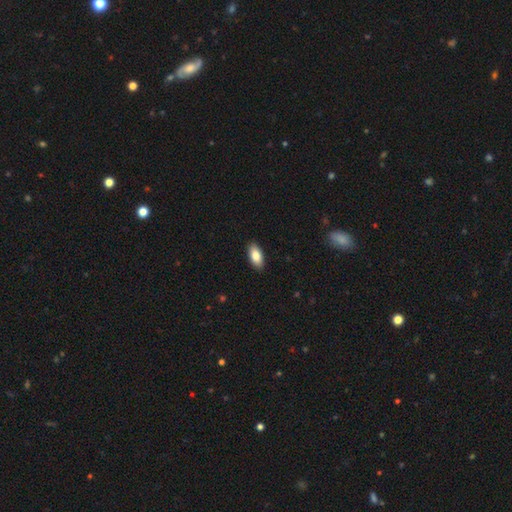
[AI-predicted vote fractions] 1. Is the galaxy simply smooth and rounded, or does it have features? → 85% smooth, 9% featured or disk, 7% star or artifact.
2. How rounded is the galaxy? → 91% in between, 6% cigar-shaped, 3% round.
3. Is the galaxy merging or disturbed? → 90% none, 8% minor disturbance, 2% major disturbance, 1% merger.